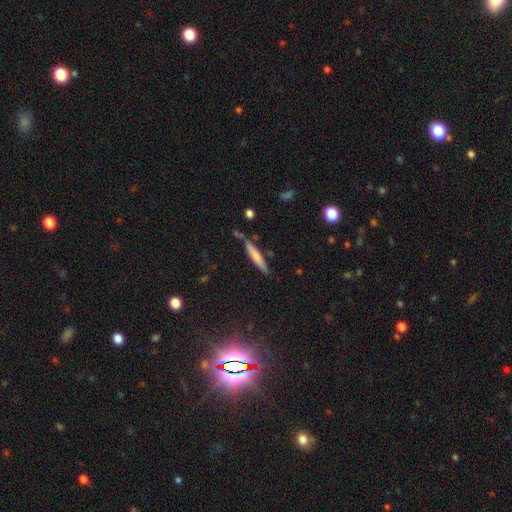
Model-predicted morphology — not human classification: Smooth or featured? Predicted: smooth (p=0.64). How rounded? Predicted: cigar-shaped (p=0.93). Merging? Predicted: none (p=0.79).